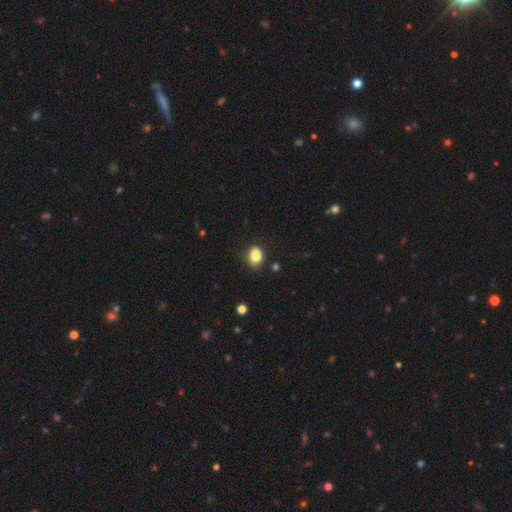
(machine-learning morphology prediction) Smooth or featured: smooth — 86% (star or artifact — 9%)
How rounded: in between — 71% (round — 27%)
Merging: none — 73% (minor disturbance — 20%)